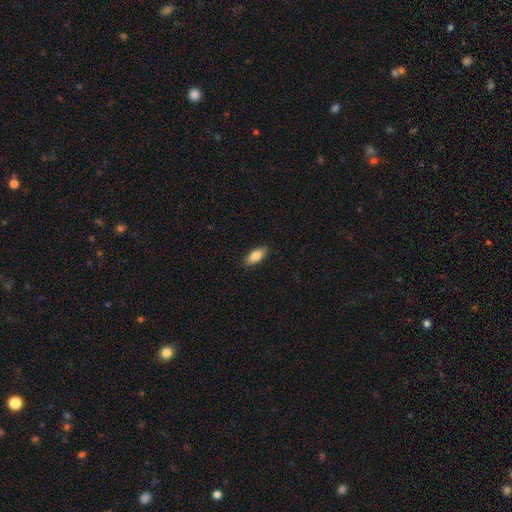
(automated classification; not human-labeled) Q: Smooth or featured?
A: smooth (85%); runner-up: featured or disk (9%)
Q: How rounded?
A: in between (83%); runner-up: cigar-shaped (15%)
Q: Merging?
A: none (89%); runner-up: minor disturbance (8%)